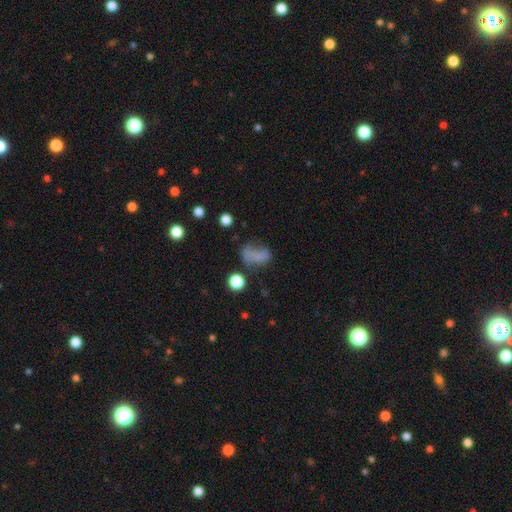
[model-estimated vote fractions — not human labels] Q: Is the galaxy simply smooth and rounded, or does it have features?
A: smooth — 57%.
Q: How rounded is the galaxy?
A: in between — 73%.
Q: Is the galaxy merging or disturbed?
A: none — 37%.